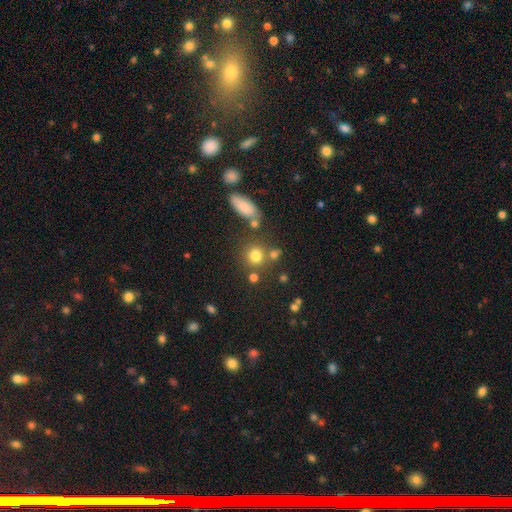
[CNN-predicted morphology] Overall: smooth (77%). How rounded: round (82%). Merging: none (69%).